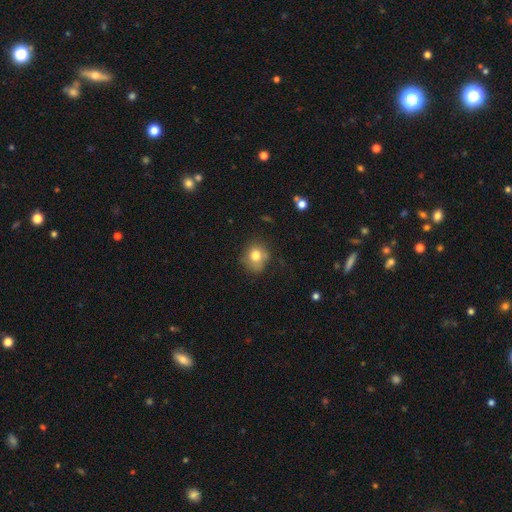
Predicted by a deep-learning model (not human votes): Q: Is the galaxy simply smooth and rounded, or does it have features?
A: smooth — 77%.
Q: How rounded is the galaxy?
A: round — 73%.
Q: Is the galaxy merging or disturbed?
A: none — 64%.